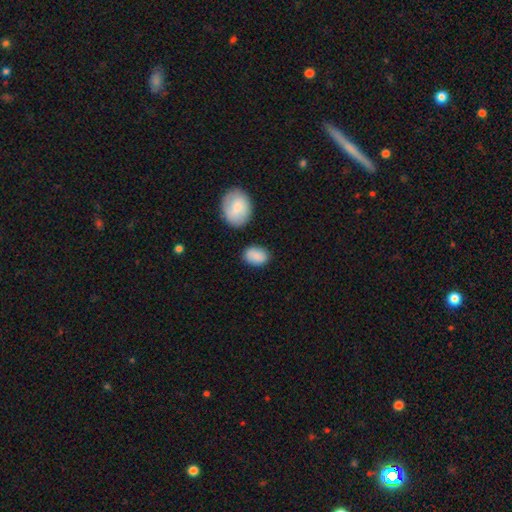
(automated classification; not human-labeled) smooth 88%, star or artifact 7%, featured or disk 6%. Down the decision tree: how rounded — in between (81%); merging — none (75%).